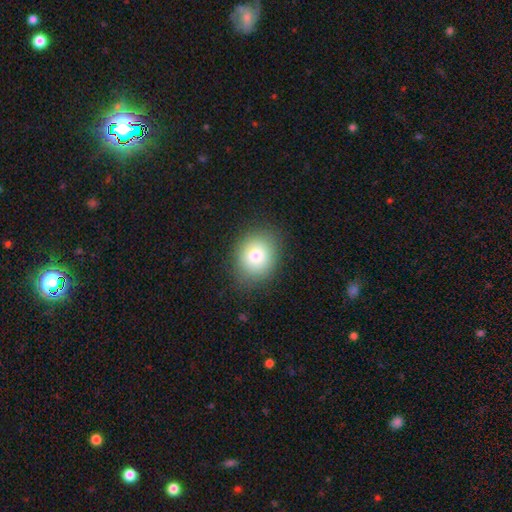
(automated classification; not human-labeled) Overall: smooth (78%). How rounded: round (62%; in between 37%). Merging: none (84%).